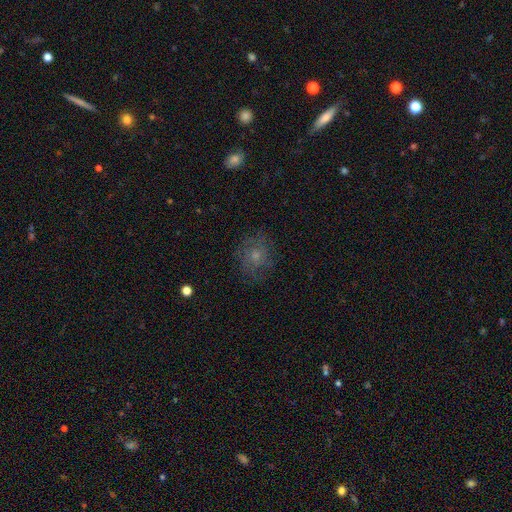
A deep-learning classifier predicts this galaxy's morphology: smooth-or-featured: smooth: 43% | featured or disk: 41% | star or artifact: 16%
  merging: none: 73% | minor disturbance: 16% | major disturbance: 9% | merger: 1%